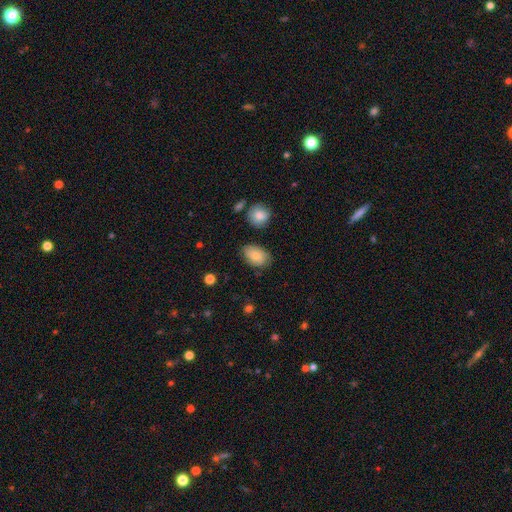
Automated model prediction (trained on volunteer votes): Overall: smooth (73%). How rounded: in between (86%). Merging: none (73%).